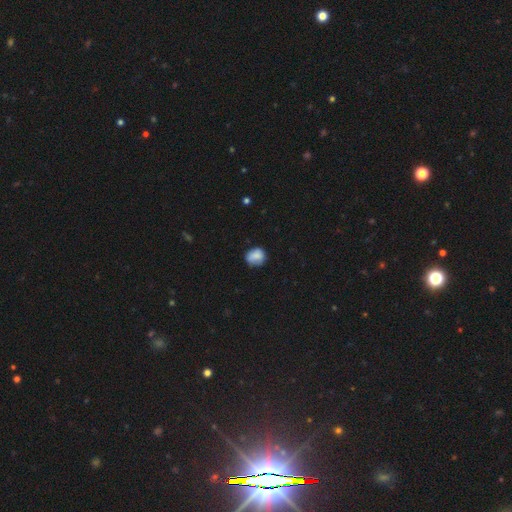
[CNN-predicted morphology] Overall: smooth (79%). How rounded: round (68%; in between 31%). Merging: none (68%).